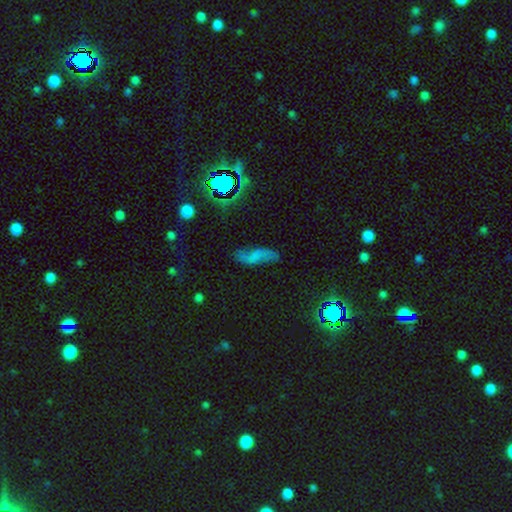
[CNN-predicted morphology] The model was most divided on "smooth or featured": featured or disk: 51%, smooth: 33%, star or artifact: 16%. More confident: edge-on disk — no (89%); merging — none (61%).